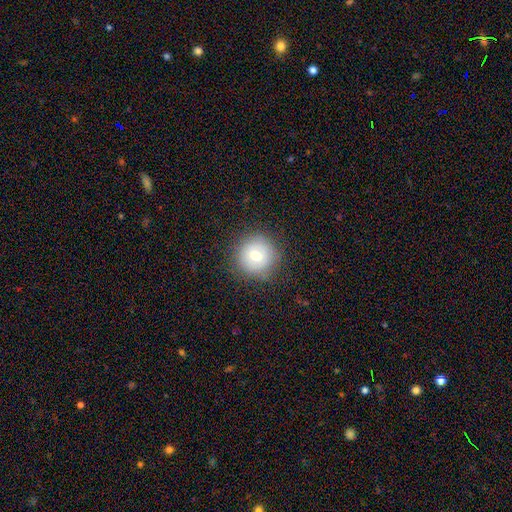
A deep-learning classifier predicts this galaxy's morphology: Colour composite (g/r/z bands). It shows a smooth galaxy with no disk features (67%) that is round (95%). Merging: none (85%).